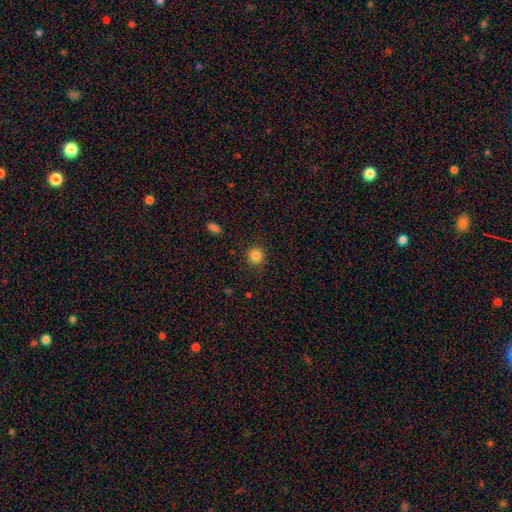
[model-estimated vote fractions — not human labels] Q: Smooth or featured?
A: smooth (85%); runner-up: star or artifact (11%)
Q: How rounded?
A: round (91%); runner-up: in between (8%)
Q: Merging?
A: none (89%); runner-up: minor disturbance (7%)